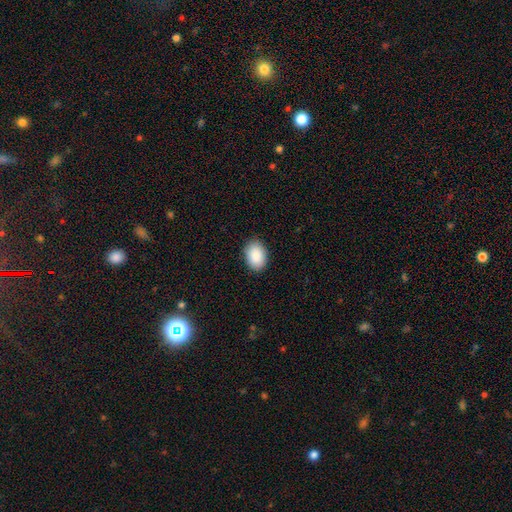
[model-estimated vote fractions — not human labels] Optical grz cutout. It shows a smooth galaxy with no disk features (91%) that is in between round and cigar-shaped (83%). Merging: none (88%).